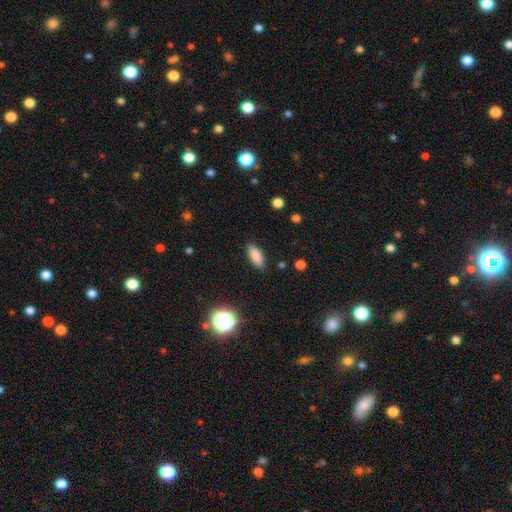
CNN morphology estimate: This appears to be a smooth galaxy with no disk features (85%) that is in between round and cigar-shaped (77%). Merging: none (87%).